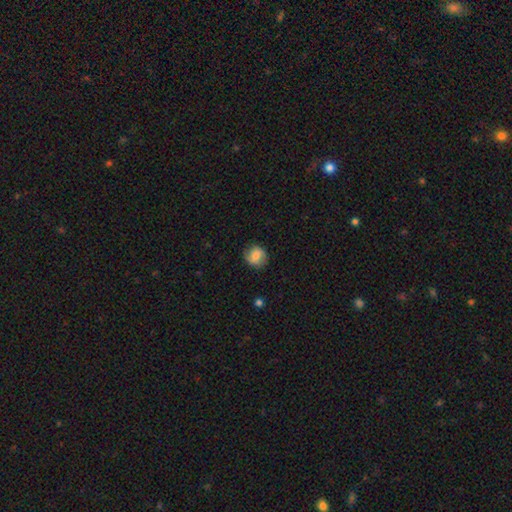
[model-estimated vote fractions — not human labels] A smooth galaxy with no disk features (63%) that is round (81%). Merging: none (79%).